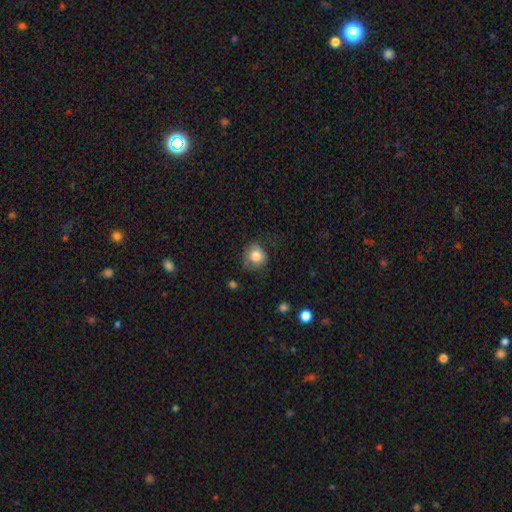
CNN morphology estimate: Smooth or featured: smooth — 82% (star or artifact — 9%)
How rounded: round — 79% (in between — 20%)
Merging: none — 61% (minor disturbance — 27%)